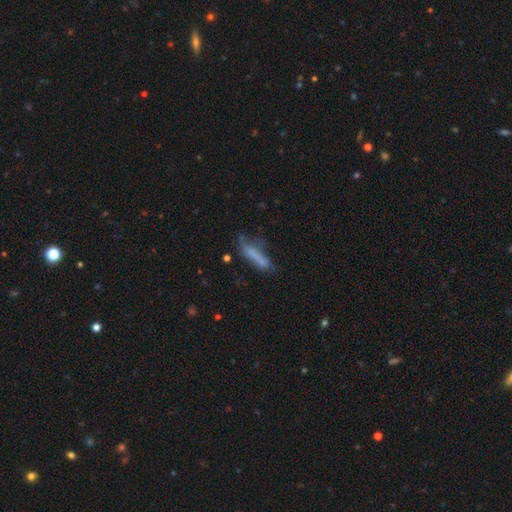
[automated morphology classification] Overall: smooth (62%; featured or disk 27%). How rounded: cigar-shaped (76%). Merging: none (48%; minor disturbance 27%).